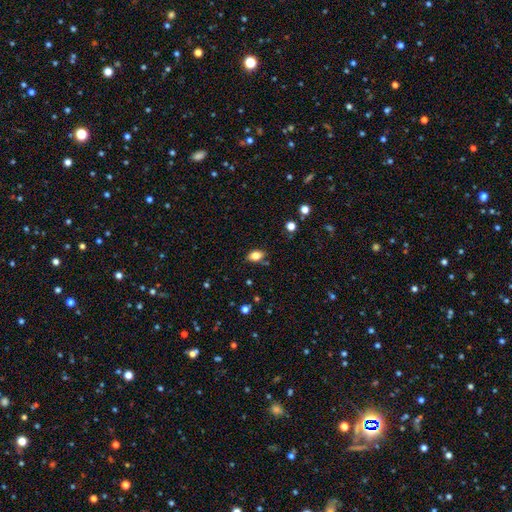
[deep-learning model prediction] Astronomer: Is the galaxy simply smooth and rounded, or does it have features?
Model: smooth — 80%.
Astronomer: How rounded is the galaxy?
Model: in between — 85%.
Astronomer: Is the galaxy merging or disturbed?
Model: none — 79%.